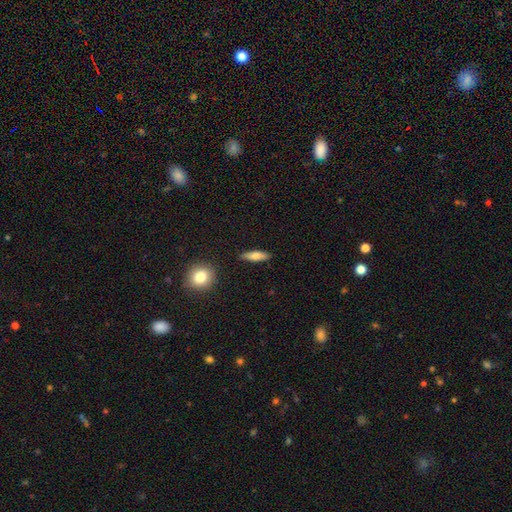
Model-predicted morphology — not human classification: The model was most divided on "how rounded": cigar-shaped: 57%, in between: 39%, round: 3%. More confident: merging — none (87%); smooth or featured — smooth (68%).